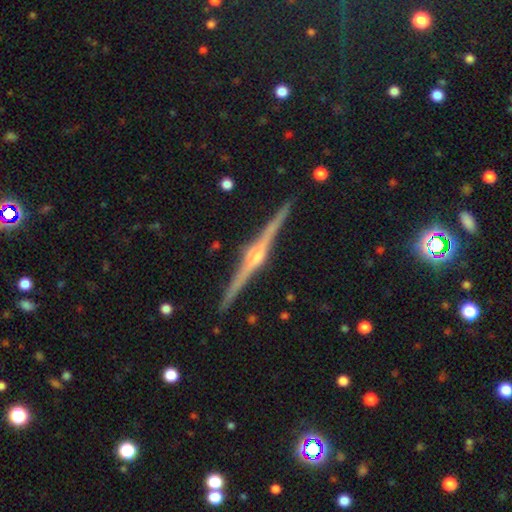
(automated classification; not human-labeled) A featured or disk galaxy (89%) viewed edge-on (99%) with a rounded central bulge (87%). Merging: none (93%).